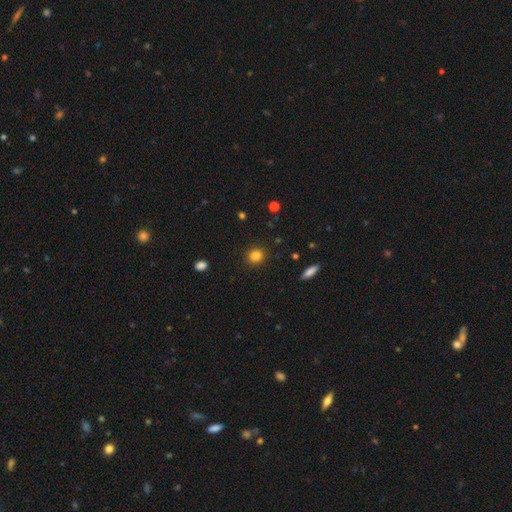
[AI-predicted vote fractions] smooth_or_featured: smooth (p=0.83) [alt: star or artifact p=0.11]
how_rounded: round (p=0.88) [alt: in between p=0.11]
merging: none (p=0.91) [alt: minor disturbance p=0.06]